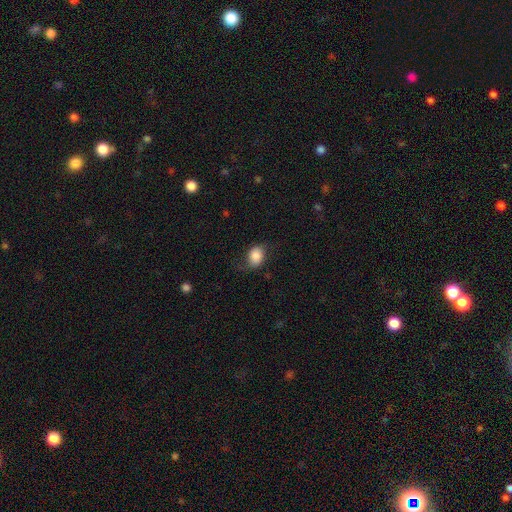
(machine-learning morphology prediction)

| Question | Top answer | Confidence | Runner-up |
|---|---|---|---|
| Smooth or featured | smooth | 75% | featured or disk (16%) |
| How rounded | in between | 64% | round (35%) |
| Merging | none | 61% | minor disturbance (25%) |